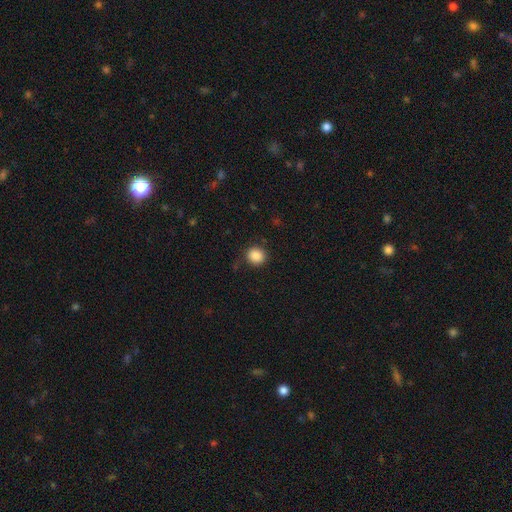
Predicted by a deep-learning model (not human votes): smooth_or_featured: smooth (p=0.88) [alt: star or artifact p=0.09]
how_rounded: round (p=0.86) [alt: in between p=0.13]
merging: none (p=0.84) [alt: minor disturbance p=0.11]